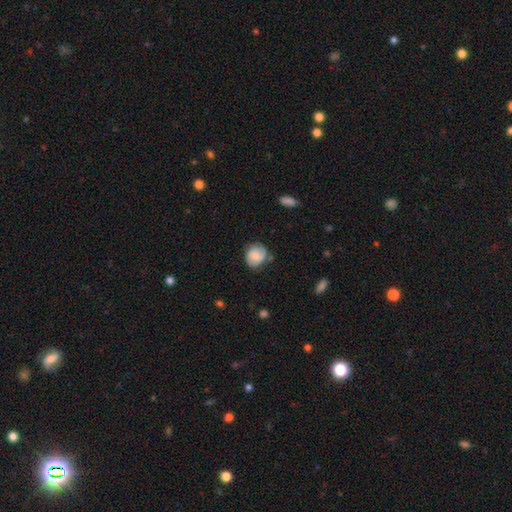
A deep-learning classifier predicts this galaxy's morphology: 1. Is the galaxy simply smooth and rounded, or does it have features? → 56% smooth, 36% featured or disk, 8% star or artifact.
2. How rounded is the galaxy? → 75% round, 24% in between, 1% cigar-shaped.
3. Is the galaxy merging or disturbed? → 68% none, 23% minor disturbance, 6% major disturbance, 3% merger.